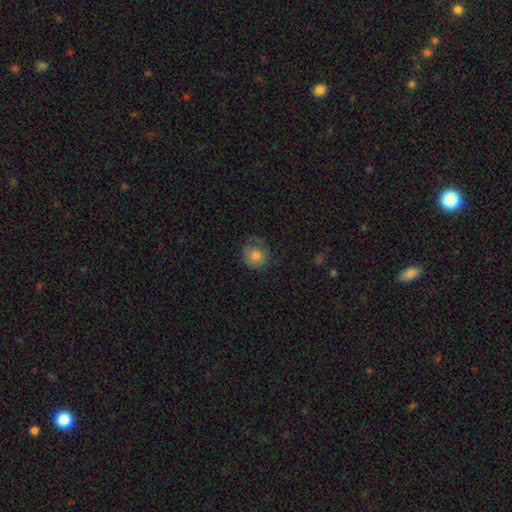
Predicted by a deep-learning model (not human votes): A smooth galaxy with no disk features (75%) that is round (81%).

Vote fractions:
- Smooth or featured? smooth: 75% / featured or disk: 16% / star or artifact: 9%
- How rounded? round: 81% / in between: 18% / cigar-shaped: 1%
- Merging? none: 59% / minor disturbance: 25% / major disturbance: 14% / merger: 1%